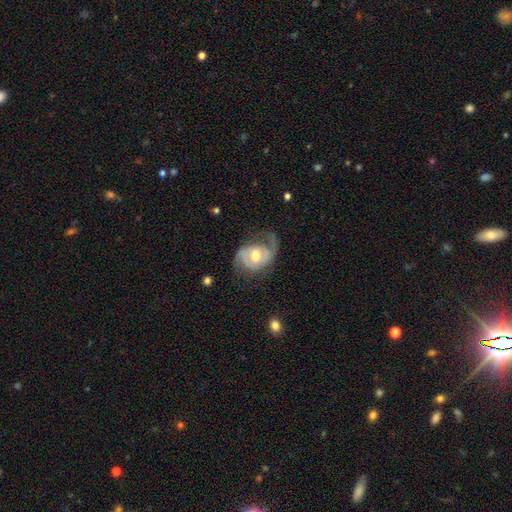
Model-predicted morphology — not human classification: smooth_or_featured: featured or disk (p=0.78) [alt: smooth p=0.16]
disk_edge_on: no (p=0.97) [alt: yes p=0.03]
bar: no (p=0.44) [alt: weak p=0.43]
has_spiral_arms: yes (p=0.91) [alt: no p=0.09]
spiral_winding: medium (p=0.44) [alt: loose p=0.34]
spiral_arm_count: 2 (p=0.72) [alt: 1 p=0.16]
bulge_size: moderate (p=0.73) [alt: small p=0.14]
merging: none (p=0.53) [alt: major disturbance p=0.23]